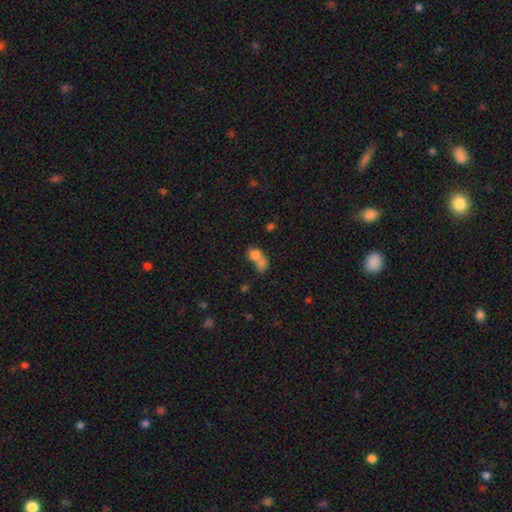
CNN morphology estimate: This appears to be a smooth galaxy with no disk features (75%) that is in between round and cigar-shaped (53%). Merging: merger (68%).